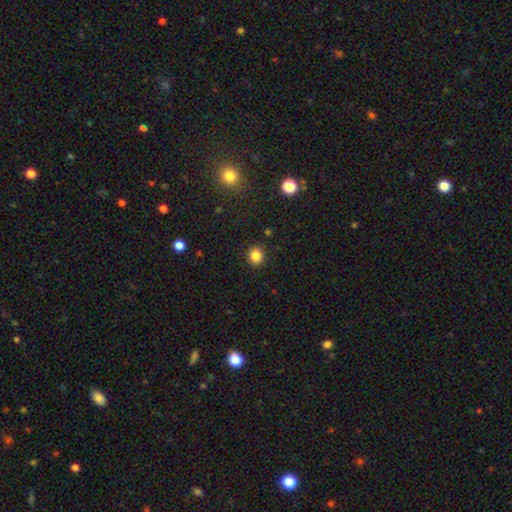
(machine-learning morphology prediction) smooth-or-featured: smooth: 83% | star or artifact: 12% | featured or disk: 5%
  how-rounded: round: 81% | in between: 18% | cigar-shaped: 1%
  merging: none: 91% | minor disturbance: 6% | major disturbance: 2% | merger: 1%